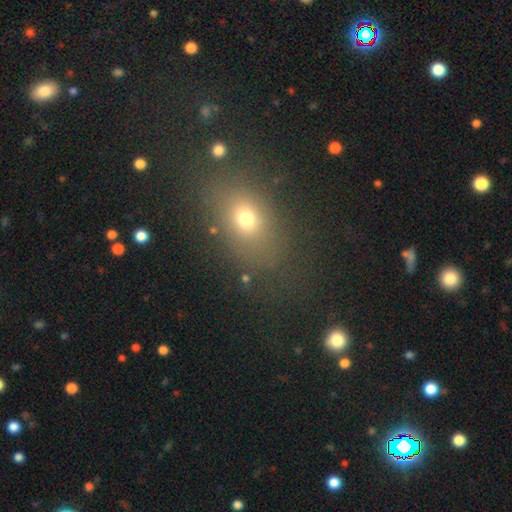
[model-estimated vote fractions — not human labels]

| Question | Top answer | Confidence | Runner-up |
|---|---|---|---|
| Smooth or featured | smooth | 59% | star or artifact (30%) |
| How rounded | in between | 61% | round (35%) |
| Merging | none | 84% | minor disturbance (9%) |